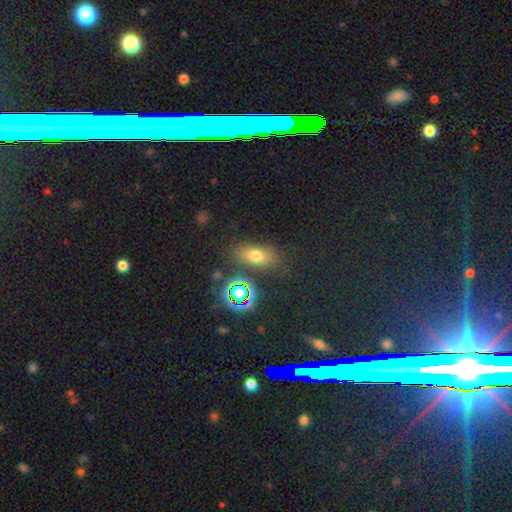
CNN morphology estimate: smooth 64%, star or artifact 25%, featured or disk 12%. Down the decision tree: how rounded — in between (76%); merging — none (79%).